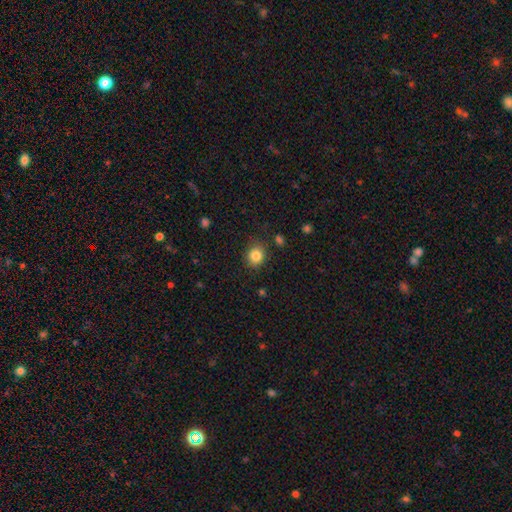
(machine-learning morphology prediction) This appears to be a smooth galaxy with no disk features (84%) that is round (72%). Merging: none (84%).